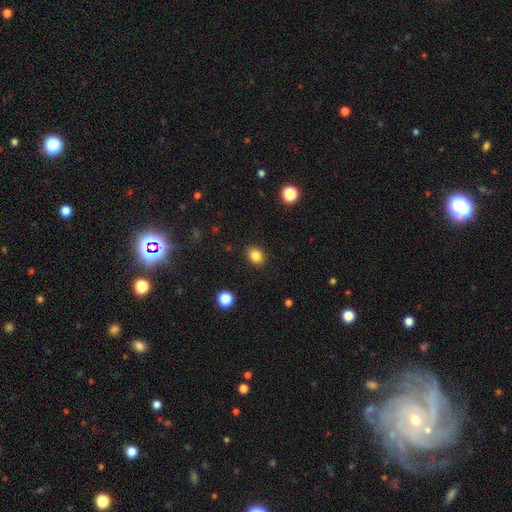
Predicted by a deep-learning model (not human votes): smooth-or-featured: smooth: 84% | star or artifact: 11% | featured or disk: 5%
  how-rounded: in between: 51% | round: 48% | cigar-shaped: 1%
  merging: none: 90% | minor disturbance: 7% | major disturbance: 2% | merger: 1%